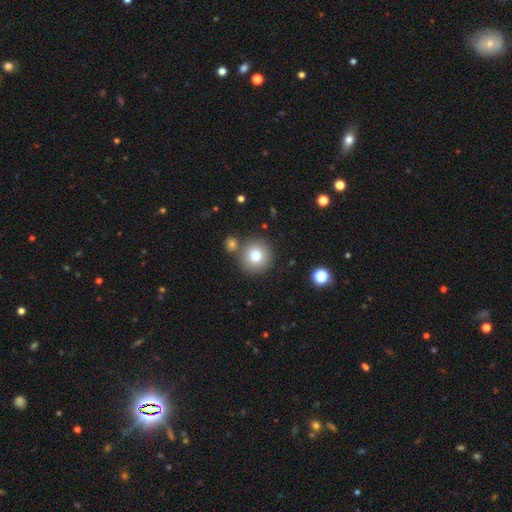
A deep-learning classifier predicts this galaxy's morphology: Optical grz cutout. It shows a smooth galaxy with no disk features (78%) that is round (94%). Merging: none (78%).